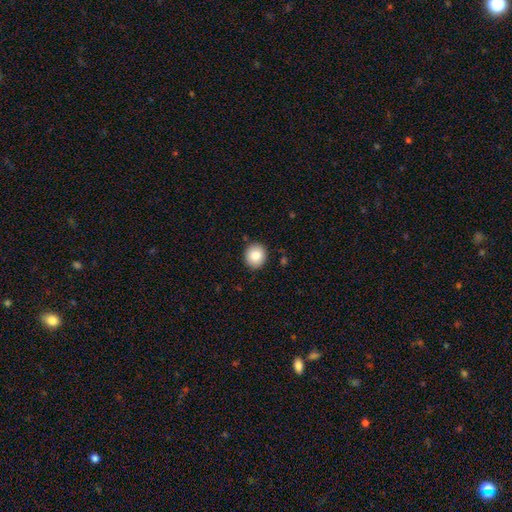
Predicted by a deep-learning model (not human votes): Overall: smooth (85%). How rounded: round (84%). Merging: none (89%).